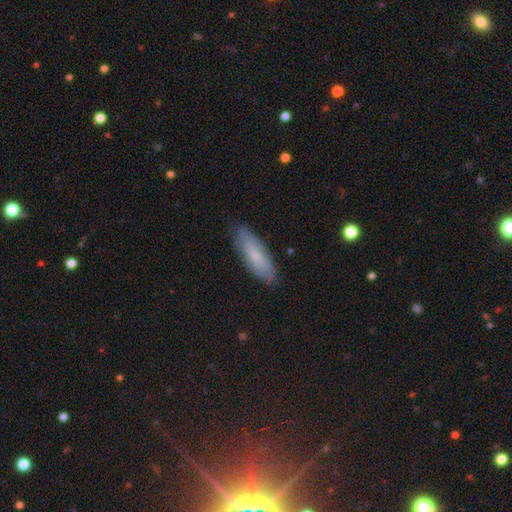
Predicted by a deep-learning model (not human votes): Smooth or featured?
  - smooth: 69% *
  - featured or disk: 25%
  - star or artifact: 6%
How rounded?
  - in between: 53% *
  - cigar-shaped: 46%
  - round: 2%
Merging?
  - none: 81% *
  - minor disturbance: 15%
  - major disturbance: 3%
  - merger: 1%